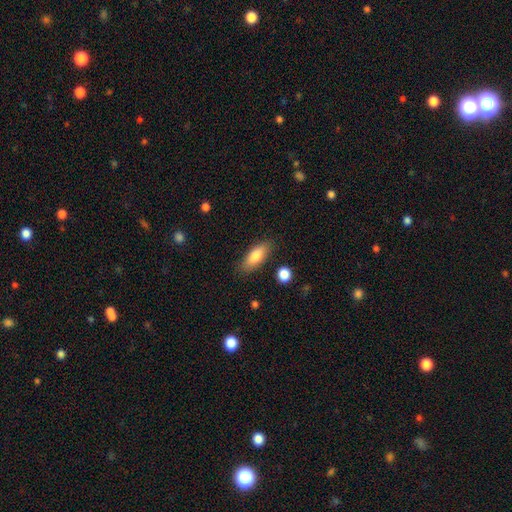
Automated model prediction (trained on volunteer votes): Morphology: type=smooth (79%); roundness=in between (72%); merging=none (84%).